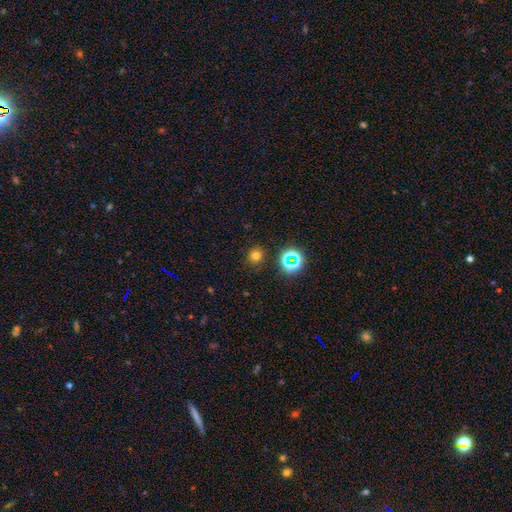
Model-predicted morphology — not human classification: Smooth or featured? smooth (72%)
How rounded? round (88%)
Merging? none (87%)